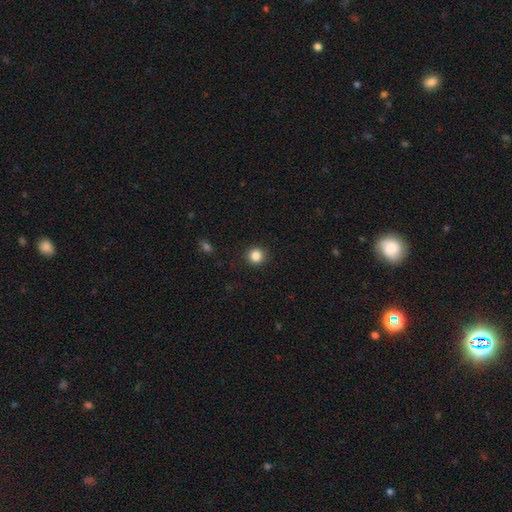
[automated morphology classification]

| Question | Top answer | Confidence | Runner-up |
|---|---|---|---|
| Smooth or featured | smooth | 85% | star or artifact (11%) |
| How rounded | round | 94% | in between (5%) |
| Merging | none | 92% | minor disturbance (5%) |